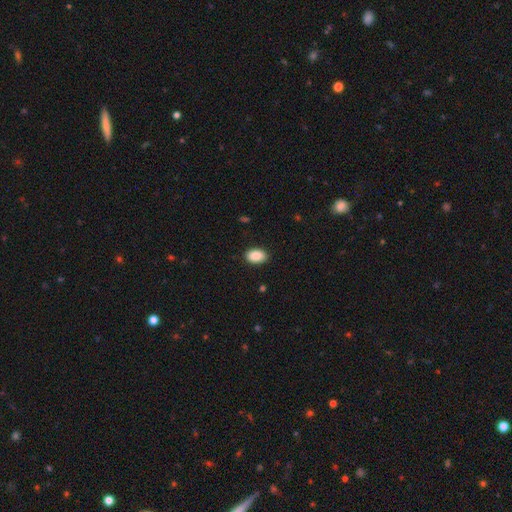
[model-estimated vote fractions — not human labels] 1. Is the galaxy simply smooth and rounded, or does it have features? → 90% smooth, 7% star or artifact, 3% featured or disk.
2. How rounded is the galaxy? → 90% in between, 9% round, 1% cigar-shaped.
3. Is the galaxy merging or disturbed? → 88% none, 9% minor disturbance, 2% major disturbance, 1% merger.